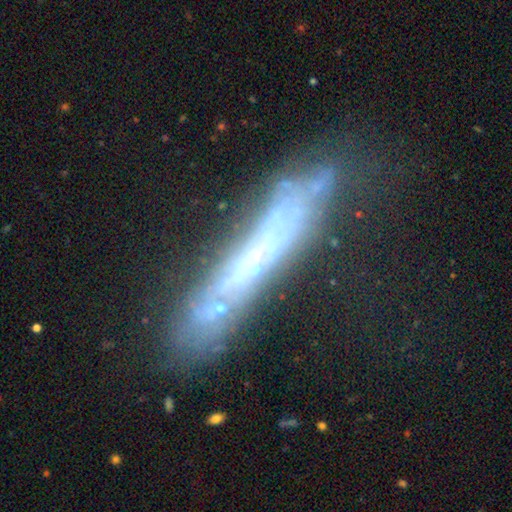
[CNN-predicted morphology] smooth-or-featured: featured or disk: 61% | smooth: 27% | star or artifact: 12%
  disk-edge-on: yes: 68% | no: 32%
  merging: none: 55% | minor disturbance: 22% | major disturbance: 15% | merger: 8%